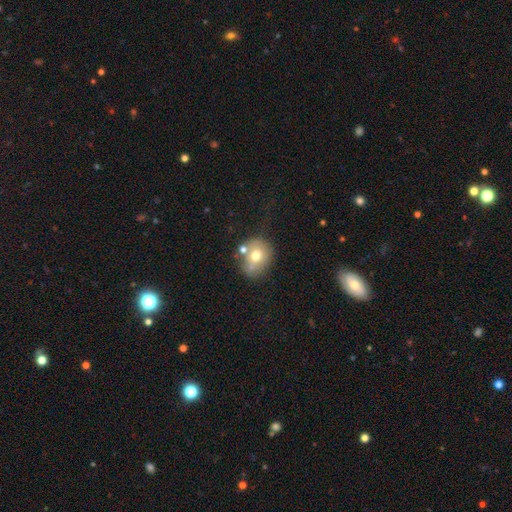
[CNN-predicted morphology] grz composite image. It shows a smooth galaxy with no disk features (65%) that is round (67%). Merging: none (56%).